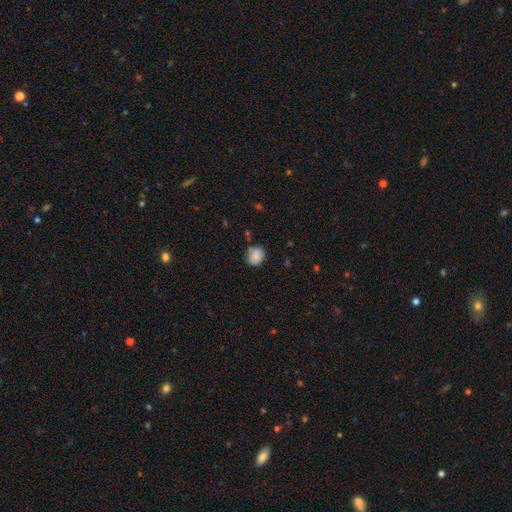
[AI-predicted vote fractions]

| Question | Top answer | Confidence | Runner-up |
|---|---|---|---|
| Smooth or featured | smooth | 83% | star or artifact (8%) |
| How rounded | round | 70% | in between (29%) |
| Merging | none | 71% | minor disturbance (21%) |